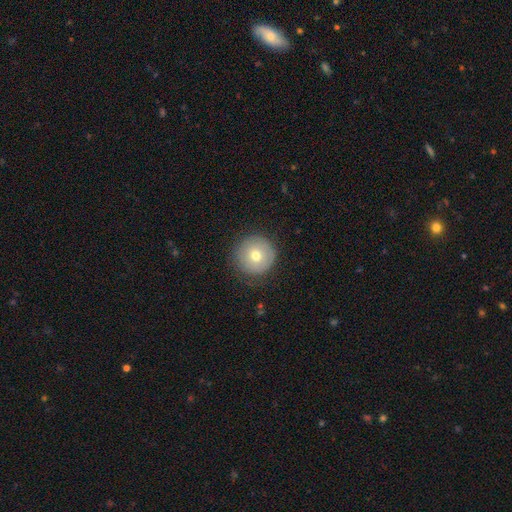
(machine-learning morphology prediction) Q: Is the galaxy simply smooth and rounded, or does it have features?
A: smooth — 69%.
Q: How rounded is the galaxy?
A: round — 96%.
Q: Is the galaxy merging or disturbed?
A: none — 82%.